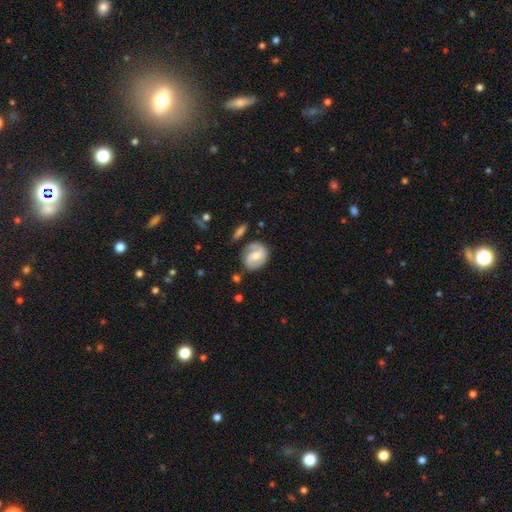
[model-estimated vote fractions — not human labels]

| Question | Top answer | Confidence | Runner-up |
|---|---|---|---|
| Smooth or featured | featured or disk | 65% | smooth (29%) |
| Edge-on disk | no | 97% | yes (3%) |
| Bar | weak | 46% | no (35%) |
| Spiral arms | yes | 87% | no (13%) |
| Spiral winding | medium | 43% | tight (37%) |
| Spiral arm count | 2 | 71% | 1 (13%) |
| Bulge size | moderate | 58% | small (33%) |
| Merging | none | 66% | minor disturbance (21%) |